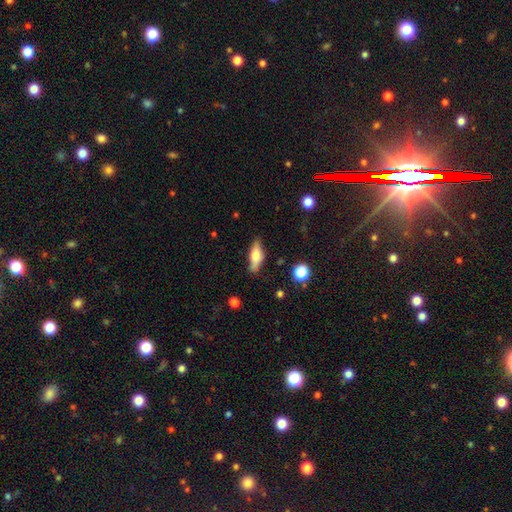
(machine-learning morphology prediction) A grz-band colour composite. It shows a smooth galaxy with no disk features (65%) that is in between round and cigar-shaped (64%). Merging: none (75%).